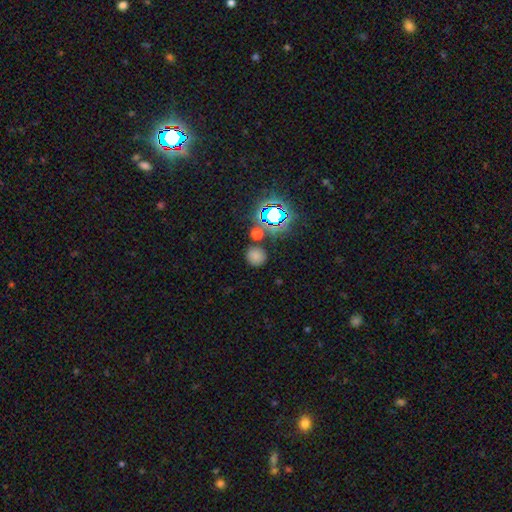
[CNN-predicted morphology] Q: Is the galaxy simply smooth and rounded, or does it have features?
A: smooth — 70%.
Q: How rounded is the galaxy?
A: round — 89%.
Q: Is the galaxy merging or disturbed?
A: none — 81%.